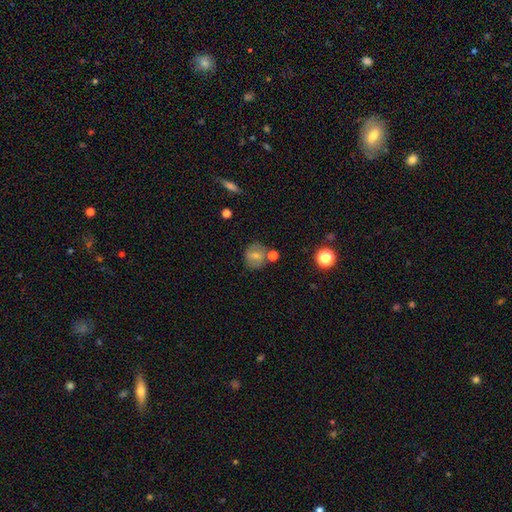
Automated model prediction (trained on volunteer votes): A smooth galaxy with no disk features (68%) that is round (78%).

Vote fractions:
- Smooth or featured? smooth: 68% / featured or disk: 21% / star or artifact: 11%
- How rounded? round: 78% / in between: 21% / cigar-shaped: 1%
- Merging? none: 65% / minor disturbance: 15% / merger: 14% / major disturbance: 5%